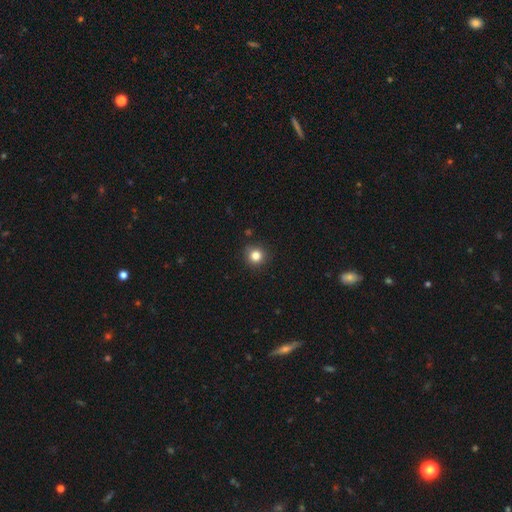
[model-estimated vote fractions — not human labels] Morphology: type=smooth (83%); roundness=round (92%); merging=none (89%).